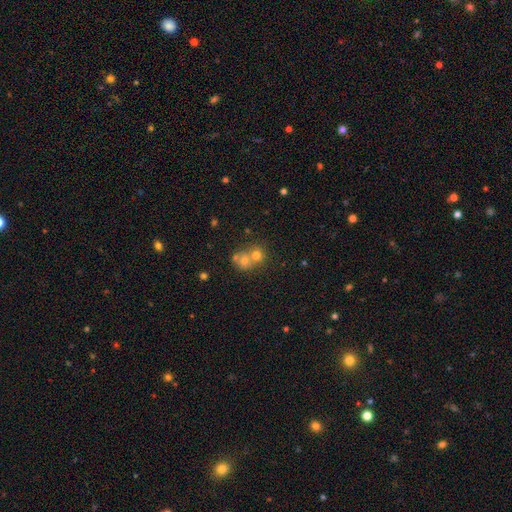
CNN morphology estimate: Overall: smooth (65%). How rounded: round (79%). Merging: merger (56%; none 36%).